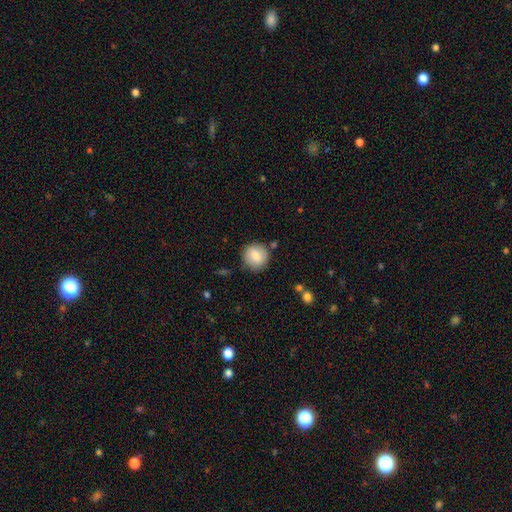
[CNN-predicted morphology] Q: Smooth or featured?
A: smooth (81%); runner-up: featured or disk (12%)
Q: How rounded?
A: round (87%); runner-up: in between (12%)
Q: Merging?
A: none (83%); runner-up: minor disturbance (11%)